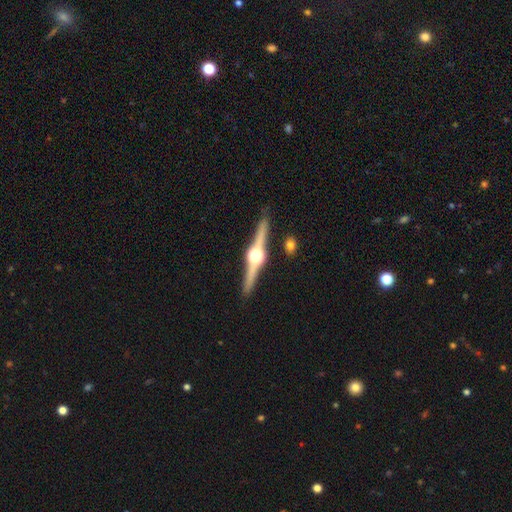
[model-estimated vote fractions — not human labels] smooth_or_featured: featured or disk (p=0.87) [alt: smooth p=0.08]
disk_edge_on: yes (p=0.98) [alt: no p=0.02]
edge_on_bulge: rounded (p=0.95) [alt: boxy p=0.04]
merging: none (p=0.90) [alt: minor disturbance p=0.07]